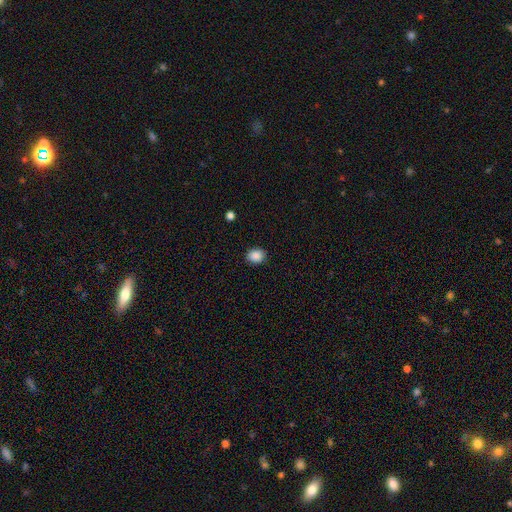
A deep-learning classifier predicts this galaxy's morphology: Q: Smooth or featured?
A: smooth (88%); runner-up: star or artifact (9%)
Q: How rounded?
A: round (55%); runner-up: in between (44%)
Q: Merging?
A: none (89%); runner-up: minor disturbance (7%)